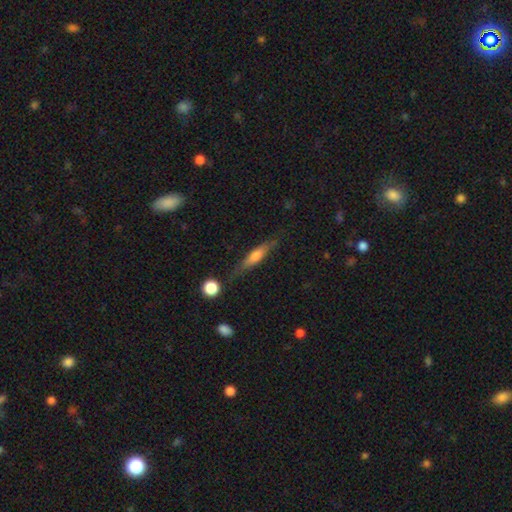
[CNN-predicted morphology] This appears to be a smooth galaxy with no disk features (54%) that is cigar-shaped (78%). Merging: none (71%).